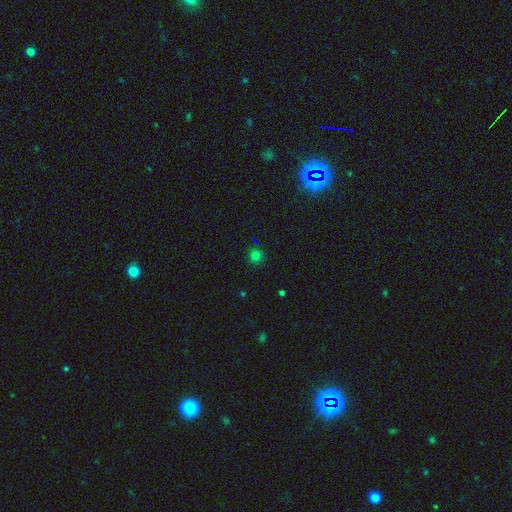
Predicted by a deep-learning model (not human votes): Overall: smooth (75%). How rounded: round (93%). Merging: none (89%).